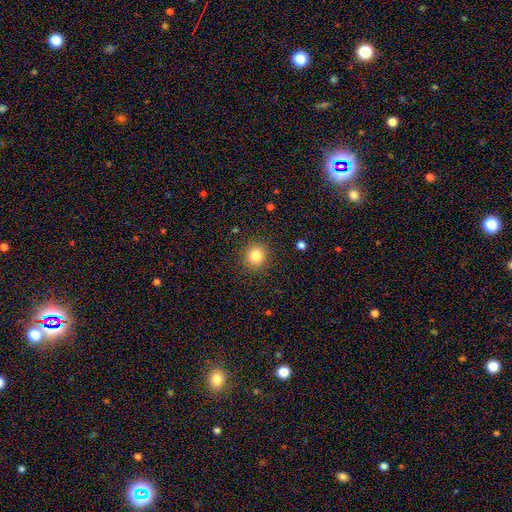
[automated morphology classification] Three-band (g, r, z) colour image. It shows a smooth galaxy with no disk features (82%) that is round (87%). Merging: none (89%).